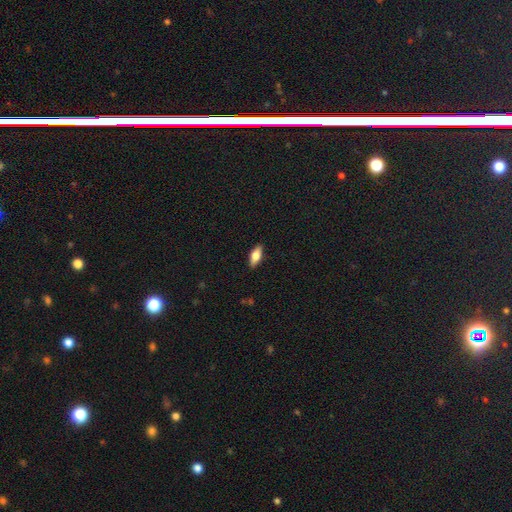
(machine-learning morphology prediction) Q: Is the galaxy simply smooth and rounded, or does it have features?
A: smooth — 68%.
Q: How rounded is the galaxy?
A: in between — 77%.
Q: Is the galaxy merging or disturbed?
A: none — 89%.